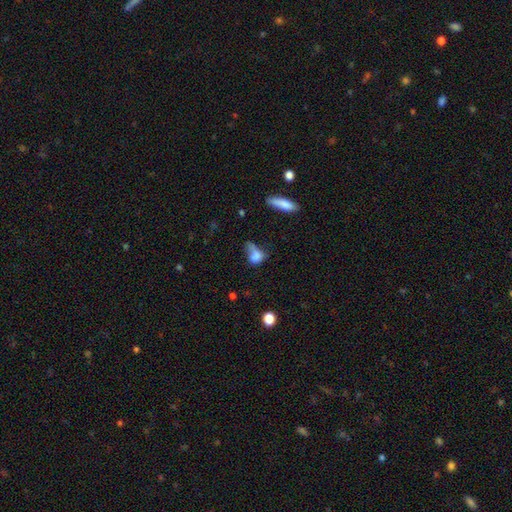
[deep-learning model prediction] The model was most divided on "merging" (2-way tie): major disturbance: 26%, none: 26%, minor disturbance: 25%, merger: 22%. More confident: smooth or featured — smooth (74%); how rounded — in between (65%).